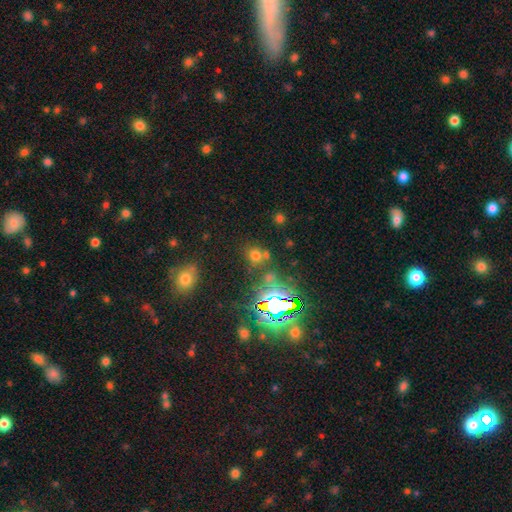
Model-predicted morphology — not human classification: This appears to be a smooth galaxy with no disk features (54%) that is round (77%). Merging: none (69%).